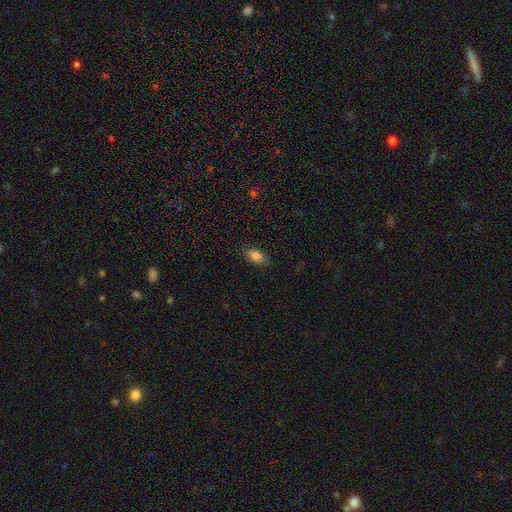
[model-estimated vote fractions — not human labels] This is clearly a smooth galaxy (83%). How rounded: clearly in between (89%). Merging: clearly none (83%).